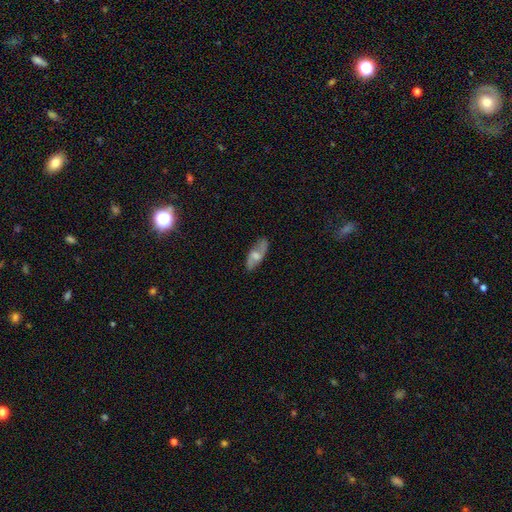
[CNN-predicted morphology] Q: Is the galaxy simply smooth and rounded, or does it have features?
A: featured or disk — 52%.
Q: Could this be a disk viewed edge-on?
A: no — 84%.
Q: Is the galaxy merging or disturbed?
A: none — 81%.